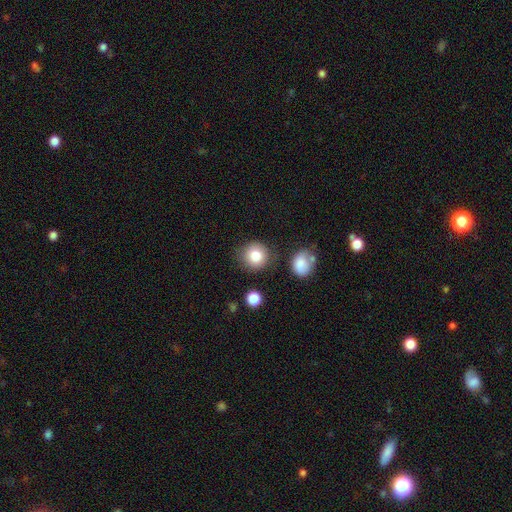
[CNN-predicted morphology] Q: Smooth or featured?
A: smooth (82%); runner-up: star or artifact (9%)
Q: How rounded?
A: round (91%); runner-up: in between (8%)
Q: Merging?
A: none (80%); runner-up: minor disturbance (11%)